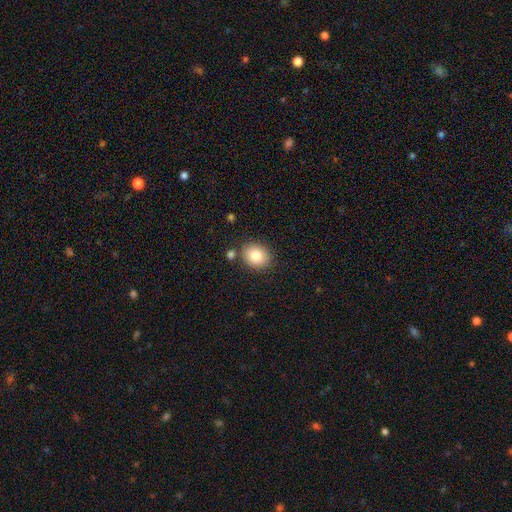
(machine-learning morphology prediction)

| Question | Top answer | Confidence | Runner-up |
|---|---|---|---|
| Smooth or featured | smooth | 83% | star or artifact (9%) |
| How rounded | round | 60% | in between (39%) |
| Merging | none | 81% | minor disturbance (10%) |